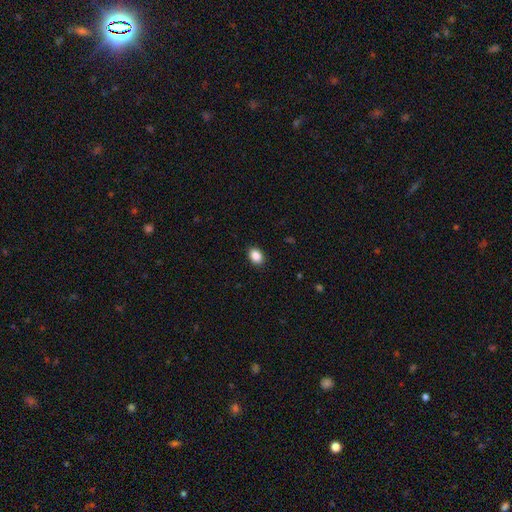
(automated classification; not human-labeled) smooth_or_featured: smooth (p=0.88) [alt: star or artifact p=0.08]
how_rounded: in between (p=0.75) [alt: round p=0.24]
merging: none (p=0.90) [alt: minor disturbance p=0.08]